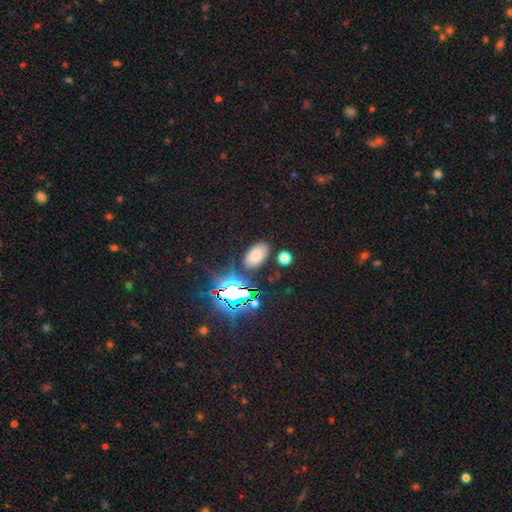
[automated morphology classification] smooth_or_featured: smooth (p=0.65) [alt: star or artifact p=0.25]
how_rounded: in between (p=0.93) [alt: round p=0.06]
merging: none (p=0.80) [alt: minor disturbance p=0.12]